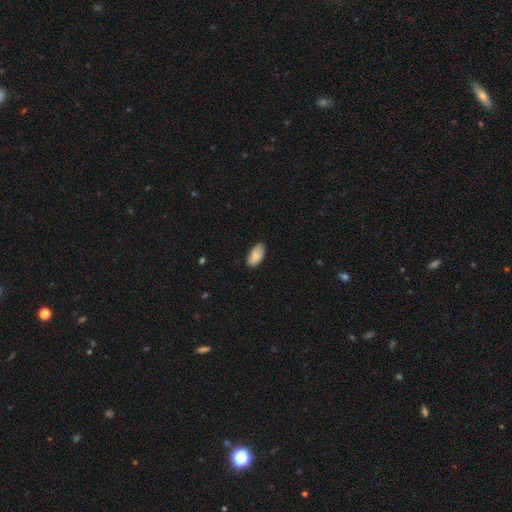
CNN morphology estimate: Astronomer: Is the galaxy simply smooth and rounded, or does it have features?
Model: smooth — 84%.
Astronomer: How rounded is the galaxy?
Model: in between — 95%.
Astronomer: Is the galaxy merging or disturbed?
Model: none — 79%.